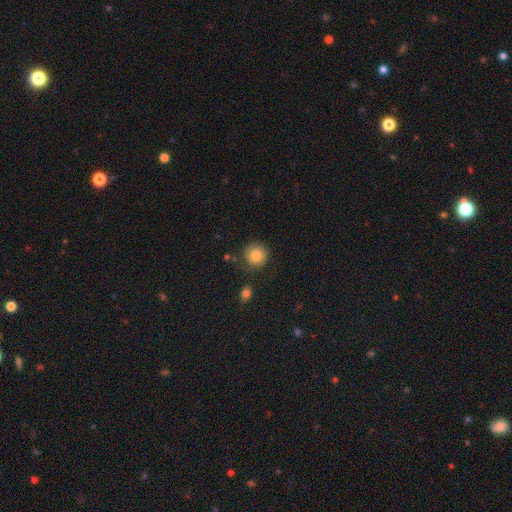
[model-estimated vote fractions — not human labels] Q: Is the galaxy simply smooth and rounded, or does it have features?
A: smooth — 83%.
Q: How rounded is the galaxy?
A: round — 93%.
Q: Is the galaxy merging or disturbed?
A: none — 83%.